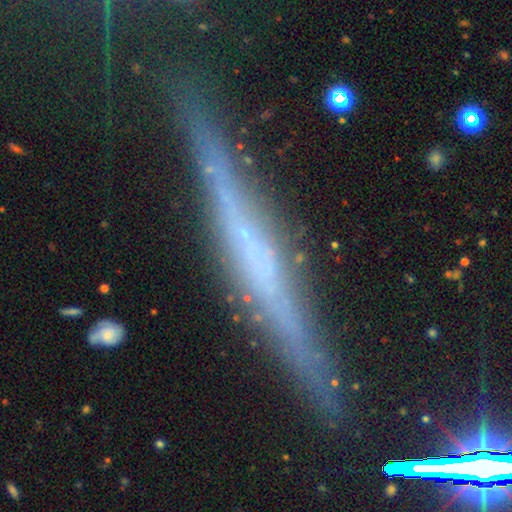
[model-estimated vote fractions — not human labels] Smooth or featured: featured or disk — 66% (star or artifact — 18%)
Edge-on disk: yes — 96% (no — 4%)
Edge-on bulge: none — 50% (rounded — 27%)
Merging: none — 85% (minor disturbance — 11%)